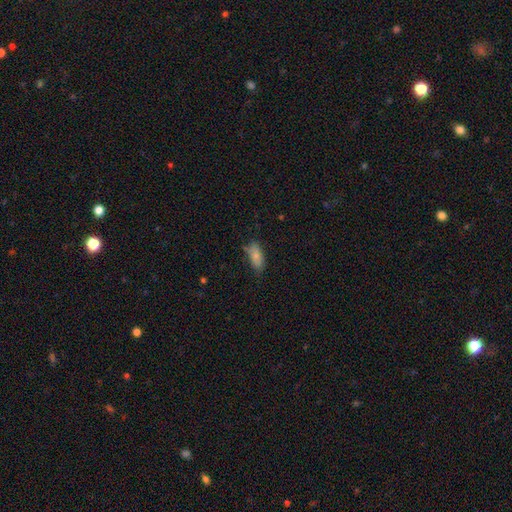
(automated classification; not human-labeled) Smooth or featured? smooth (80%)
How rounded? in between (84%)
Merging? none (63%)